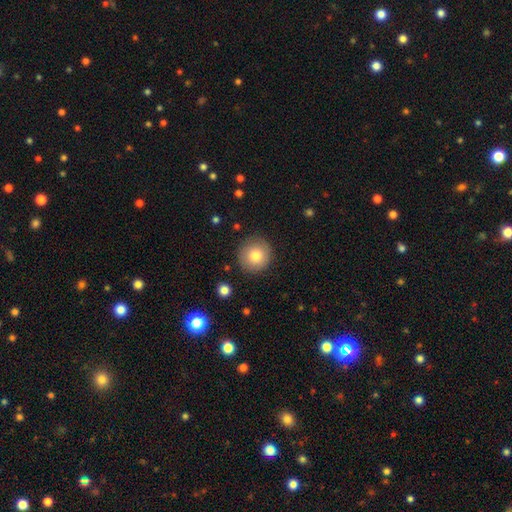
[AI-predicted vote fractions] Overall: smooth (80%). How rounded: round (94%). Merging: none (87%).